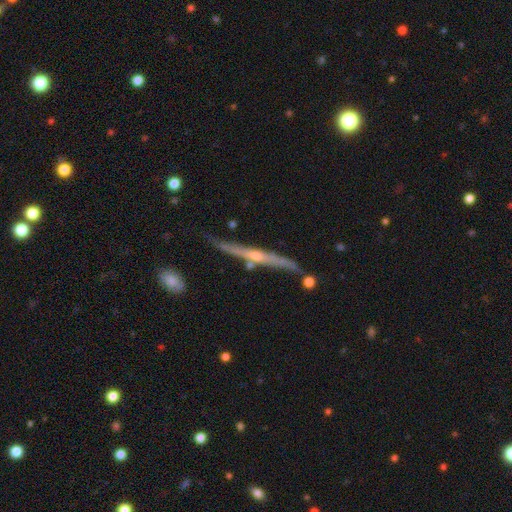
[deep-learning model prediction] A featured or disk galaxy (74%) viewed edge-on (96%) with a rounded central bulge (67%). Merging: none (72%).